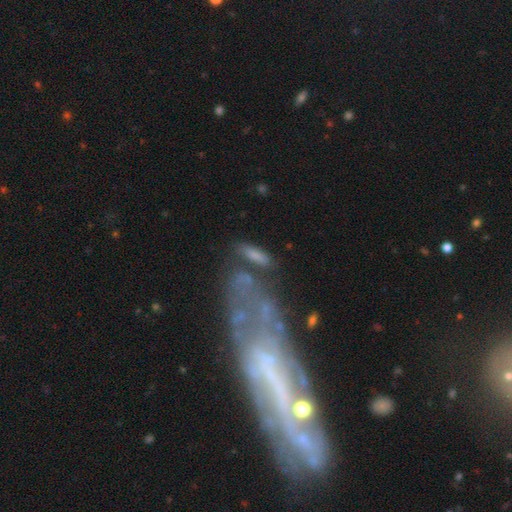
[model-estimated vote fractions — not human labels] Morphology: type=smooth (70%); roundness=cigar-shaped (54%); merging=none (57%).